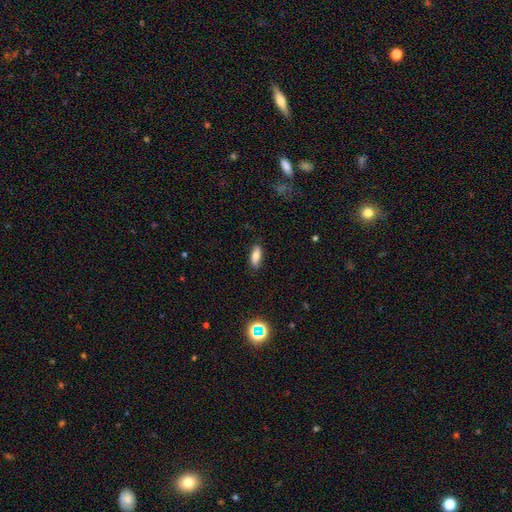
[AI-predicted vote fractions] A smooth galaxy with no disk features (75%) that is in between round and cigar-shaped (73%). Merging: none (85%).